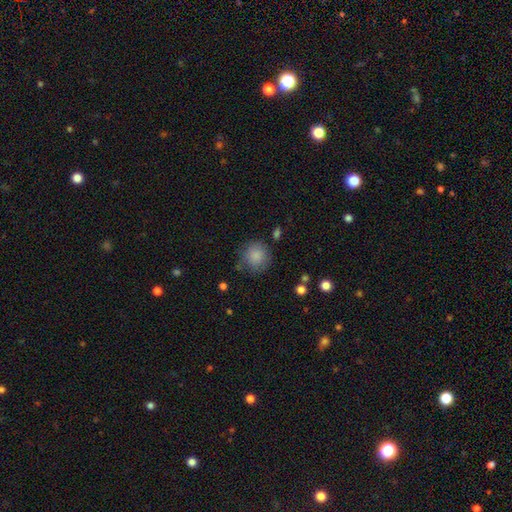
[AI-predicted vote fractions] This appears to be a smooth galaxy with no disk features (85%) that is round (88%). Merging: none (73%).